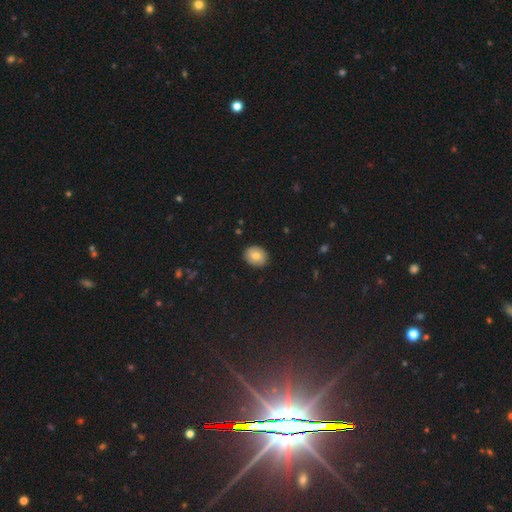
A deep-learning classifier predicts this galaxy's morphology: Smooth or featured? smooth (74%)
How rounded? round (54%)
Merging? none (87%)